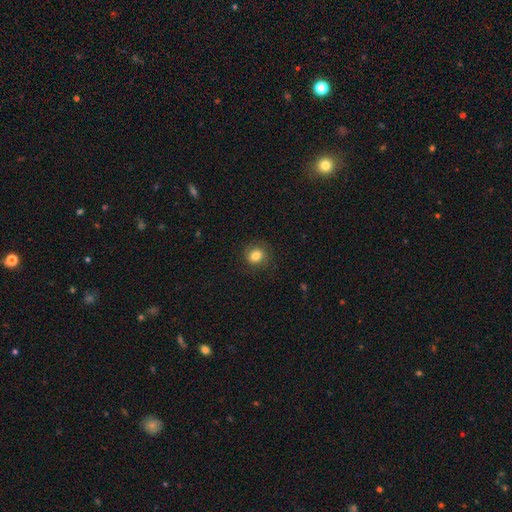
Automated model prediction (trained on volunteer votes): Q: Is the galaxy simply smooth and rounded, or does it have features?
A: smooth — 79%.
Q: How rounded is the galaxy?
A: round — 79%.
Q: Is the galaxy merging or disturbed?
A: none — 82%.